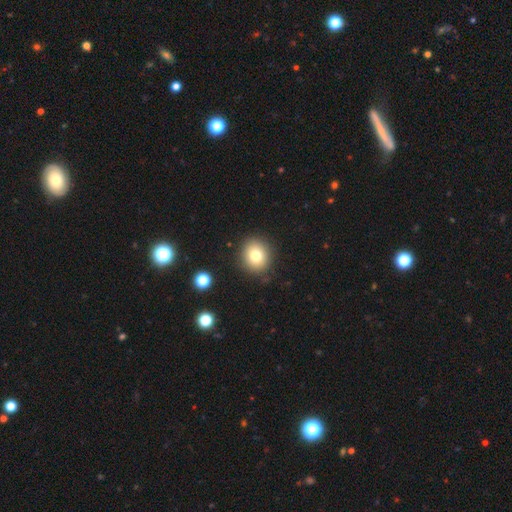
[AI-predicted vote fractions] Smooth or featured?
  - smooth: 78% *
  - star or artifact: 12%
  - featured or disk: 11%
How rounded?
  - round: 80% *
  - in between: 19%
  - cigar-shaped: 1%
Merging?
  - none: 87% *
  - minor disturbance: 8%
  - major disturbance: 3%
  - merger: 2%